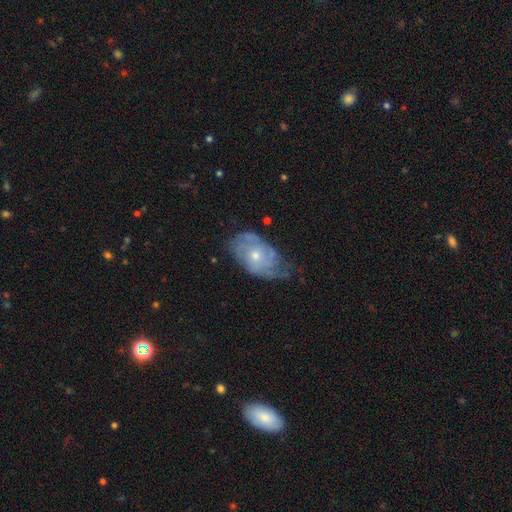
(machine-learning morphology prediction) This is likely a featured or disk galaxy (66%). It is clearly not viewed edge-on (95%). Bar: clearly no (83%). Spiral arm pattern: likely yes (74%). Central bulge: likely small (61%). Merging: possibly none (45%).